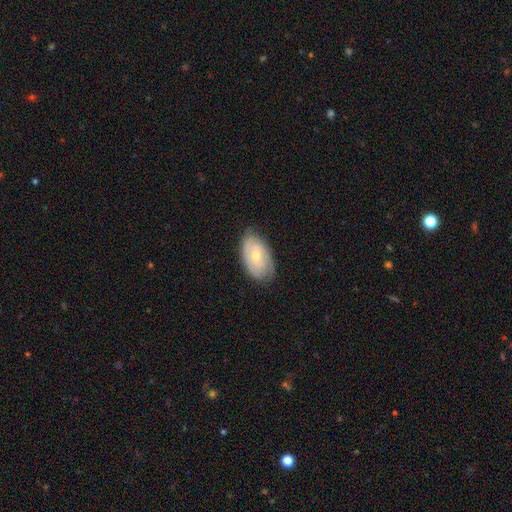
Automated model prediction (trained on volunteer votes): Smooth or featured: featured or disk — 55% (smooth — 38%)
Edge-on disk: no — 92% (yes — 8%)
Bar: no — 79% (weak — 18%)
Spiral arms: yes — 70% (no — 30%)
Bulge size: moderate — 49% (small — 47%)
Merging: none — 74% (minor disturbance — 20%)